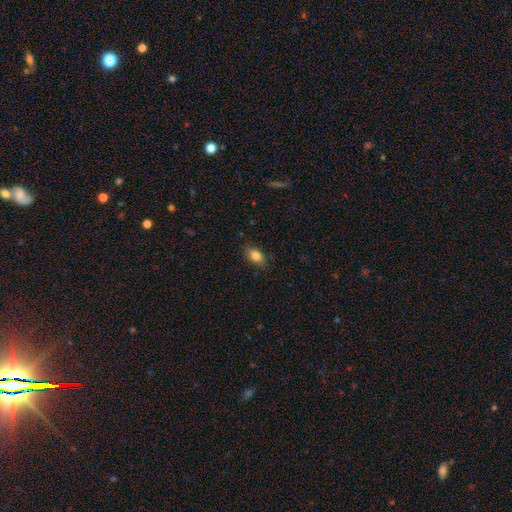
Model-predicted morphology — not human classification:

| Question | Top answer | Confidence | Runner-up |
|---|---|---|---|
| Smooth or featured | smooth | 83% | featured or disk (9%) |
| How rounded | in between | 88% | round (7%) |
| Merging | none | 85% | minor disturbance (12%) |